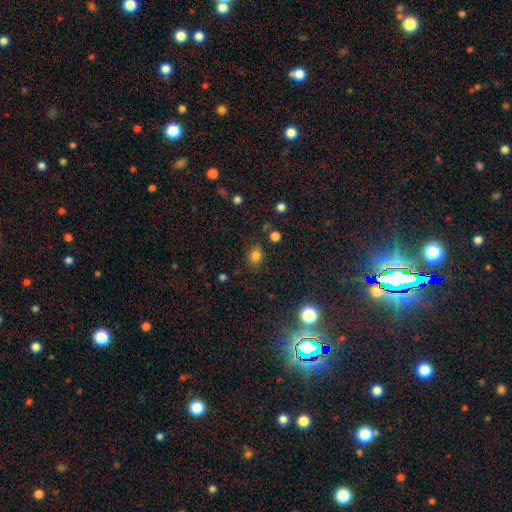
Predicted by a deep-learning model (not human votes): smooth 81%, star or artifact 14%, featured or disk 5%. Down the decision tree: how rounded — round (53%); merging — none (82%).